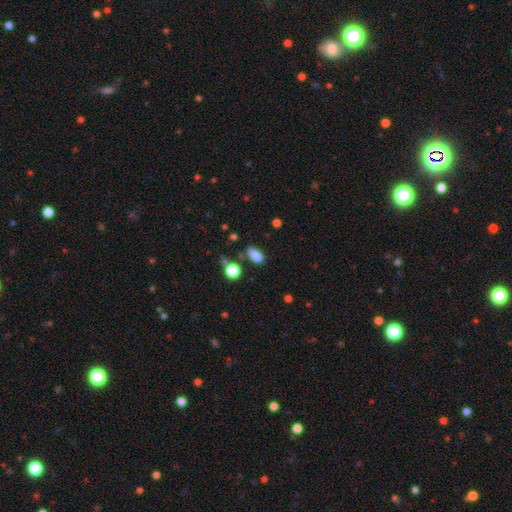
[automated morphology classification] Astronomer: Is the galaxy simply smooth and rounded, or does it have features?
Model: smooth — 84%.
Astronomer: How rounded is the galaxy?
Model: in between — 87%.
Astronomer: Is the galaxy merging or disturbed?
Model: none — 72%.